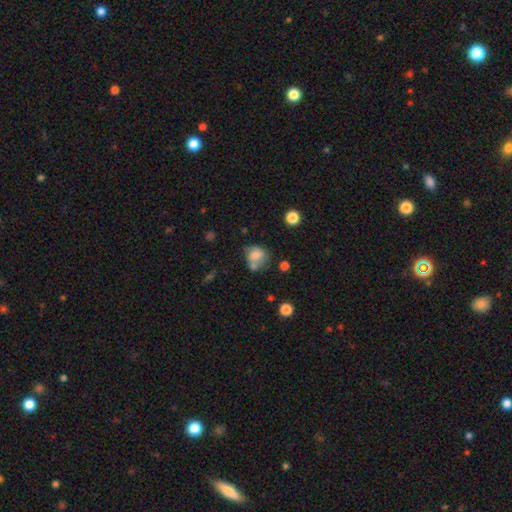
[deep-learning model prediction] smooth 70%, featured or disk 19%, star or artifact 11%. Down the decision tree: how rounded — round (64%); merging — none (38%).